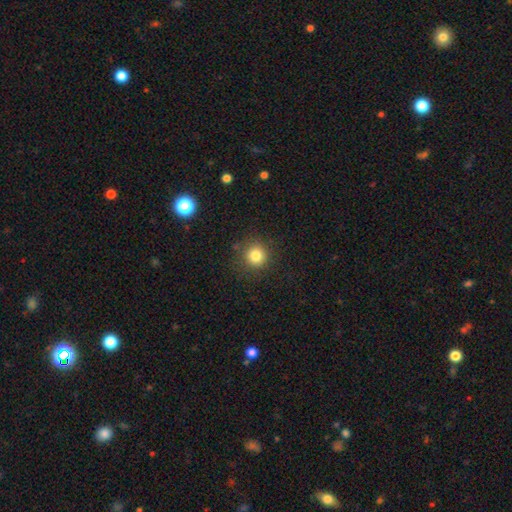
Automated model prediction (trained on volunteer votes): Overall: smooth (82%). How rounded: round (93%). Merging: none (87%).